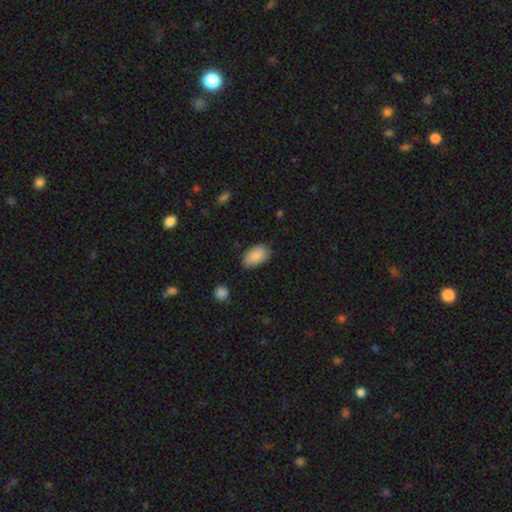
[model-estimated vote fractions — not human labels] smooth_or_featured: smooth (p=0.88) [alt: star or artifact p=0.06]
how_rounded: in between (p=0.93) [alt: round p=0.05]
merging: none (p=0.82) [alt: minor disturbance p=0.14]